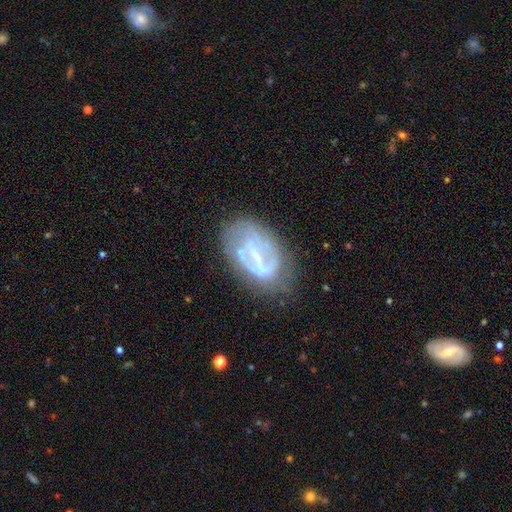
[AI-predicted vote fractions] featured or disk 71%, smooth 20%, star or artifact 9%. Down the decision tree: edge-on disk — no (94%); bar — strong (50%); spiral arms — yes (55%); bulge size — small (58%); merging — none (62%).